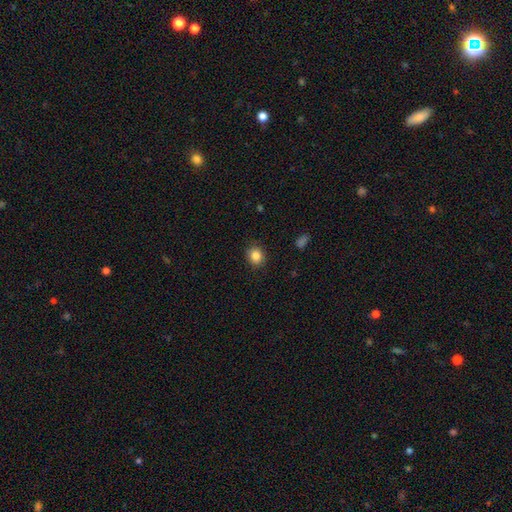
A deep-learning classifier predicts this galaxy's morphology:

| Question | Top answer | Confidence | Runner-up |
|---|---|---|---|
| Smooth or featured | smooth | 85% | star or artifact (10%) |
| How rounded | round | 71% | in between (29%) |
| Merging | none | 89% | minor disturbance (8%) |